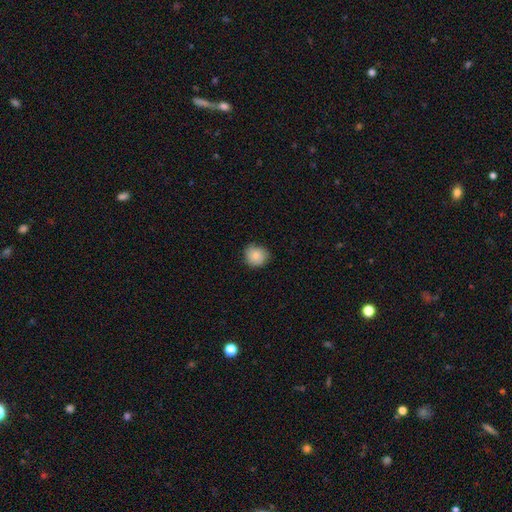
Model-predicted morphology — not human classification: Smooth or featured: smooth — 82% (featured or disk — 10%)
How rounded: round — 88% (in between — 11%)
Merging: none — 78% (minor disturbance — 18%)